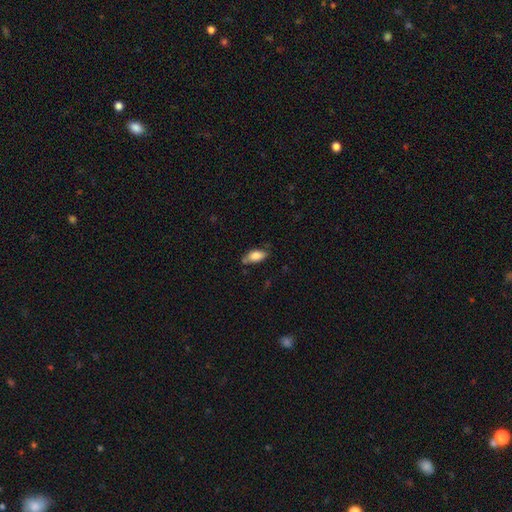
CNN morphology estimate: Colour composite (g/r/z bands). It shows a smooth galaxy with no disk features (81%) that is in between round and cigar-shaped (88%). Merging: none (68%).